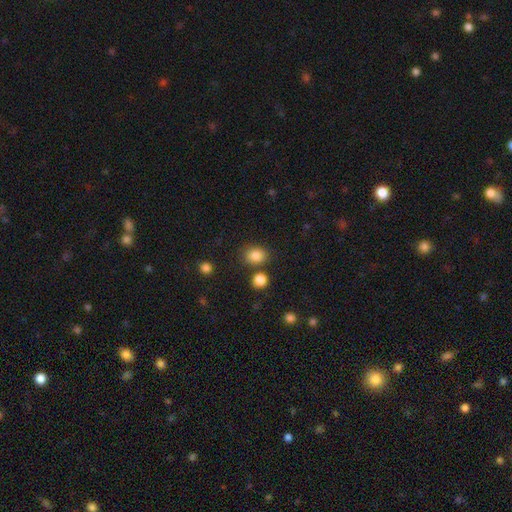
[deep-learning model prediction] The model was most divided on "how rounded": round: 52%, in between: 47%, cigar-shaped: 1%. More confident: smooth or featured — smooth (85%); merging — none (78%).